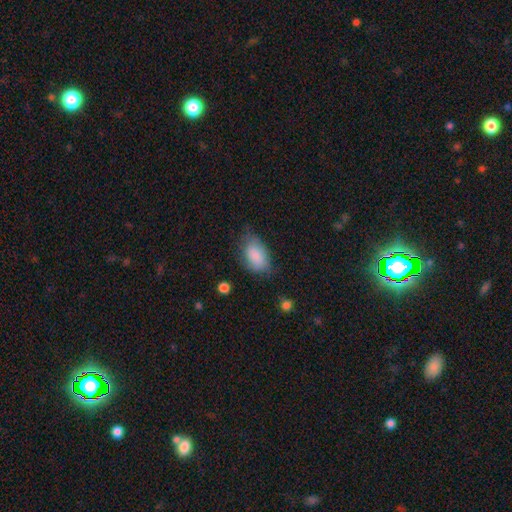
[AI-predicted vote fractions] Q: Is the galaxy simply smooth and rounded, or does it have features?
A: smooth — 85%.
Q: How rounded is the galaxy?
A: in between — 91%.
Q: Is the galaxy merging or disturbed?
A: none — 60%.